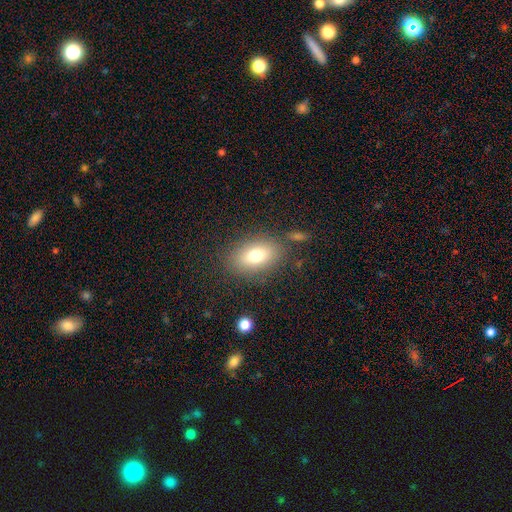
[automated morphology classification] Q: Smooth or featured?
A: smooth (76%); runner-up: featured or disk (14%)
Q: How rounded?
A: in between (84%); runner-up: round (14%)
Q: Merging?
A: none (81%); runner-up: minor disturbance (11%)